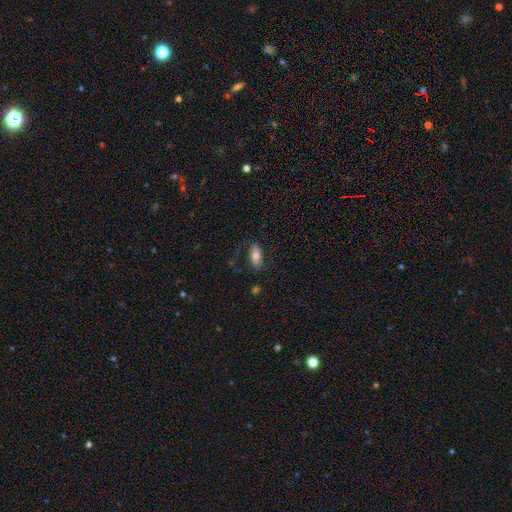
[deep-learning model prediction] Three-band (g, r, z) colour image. It shows a smooth galaxy with no disk features (71%) that is in between round and cigar-shaped (89%). Merging: none (72%).